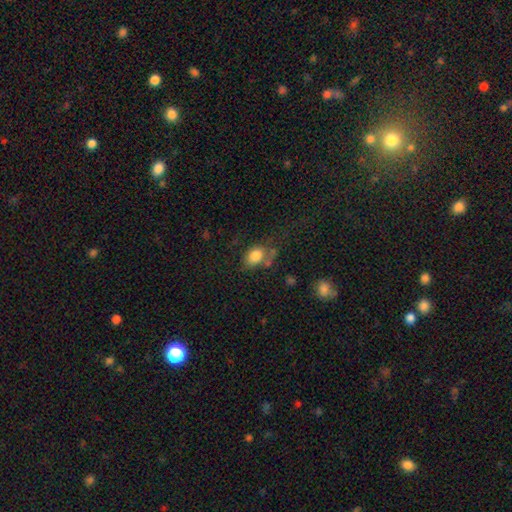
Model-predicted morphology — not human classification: This appears to be a smooth galaxy with no disk features (81%) that is in between round and cigar-shaped (73%). Merging: none (47%).